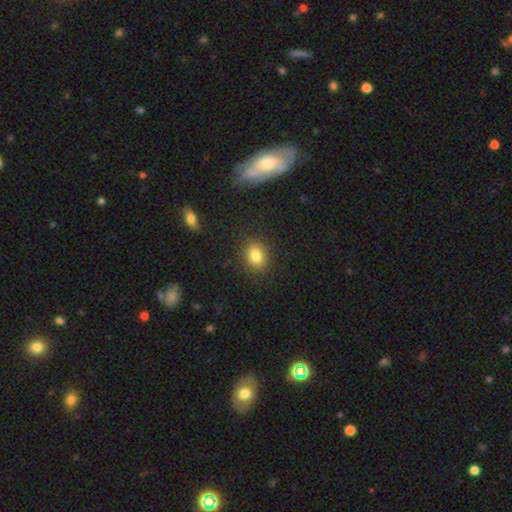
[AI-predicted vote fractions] Smooth or featured? smooth (82%)
How rounded? in between (53%)
Merging? none (87%)